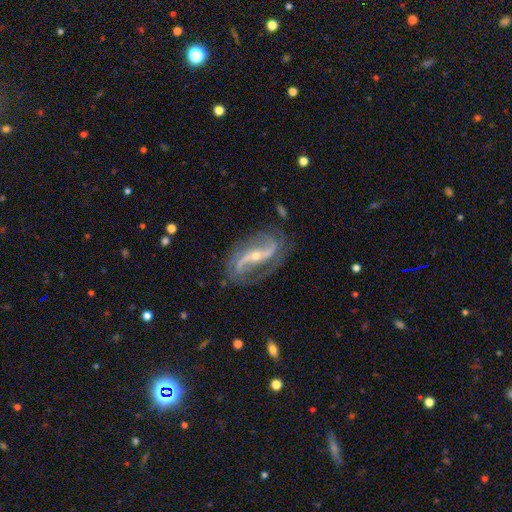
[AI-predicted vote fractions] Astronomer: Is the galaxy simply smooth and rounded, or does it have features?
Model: featured or disk — 90%.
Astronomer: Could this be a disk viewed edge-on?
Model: no — 93%.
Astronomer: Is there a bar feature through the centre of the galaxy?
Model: strong — 48% (runner-up: weak, 26%).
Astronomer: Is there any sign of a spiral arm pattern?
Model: yes — 96%.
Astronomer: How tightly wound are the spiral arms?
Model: loose — 54% (runner-up: medium, 33%).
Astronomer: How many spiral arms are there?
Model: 2 — 90%.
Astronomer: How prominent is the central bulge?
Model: small — 66%.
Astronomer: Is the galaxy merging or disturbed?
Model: none — 75%.